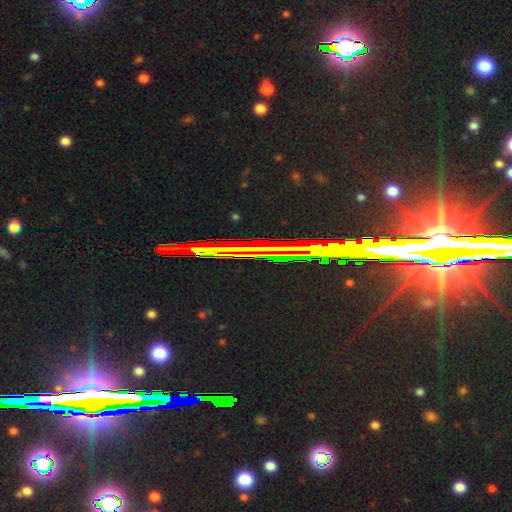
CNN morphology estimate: star or artifact 82%, featured or disk 11%, smooth 7%.